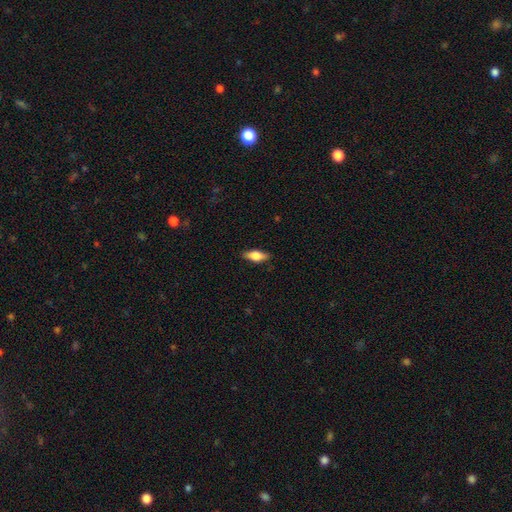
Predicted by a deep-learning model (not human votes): smooth-or-featured: smooth: 66% | featured or disk: 27% | star or artifact: 7%
  how-rounded: in between: 74% | cigar-shaped: 22% | round: 4%
  merging: none: 86% | minor disturbance: 11% | major disturbance: 2% | merger: 1%